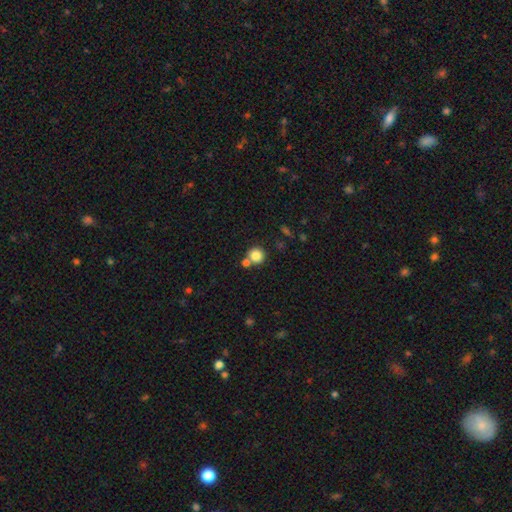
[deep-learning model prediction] A smooth galaxy with no disk features (84%) that is round (92%).

Vote fractions:
- Smooth or featured? smooth: 84% / star or artifact: 10% / featured or disk: 6%
- How rounded? round: 92% / in between: 7% / cigar-shaped: 1%
- Merging? none: 66% / merger: 24% / minor disturbance: 8% / major disturbance: 3%